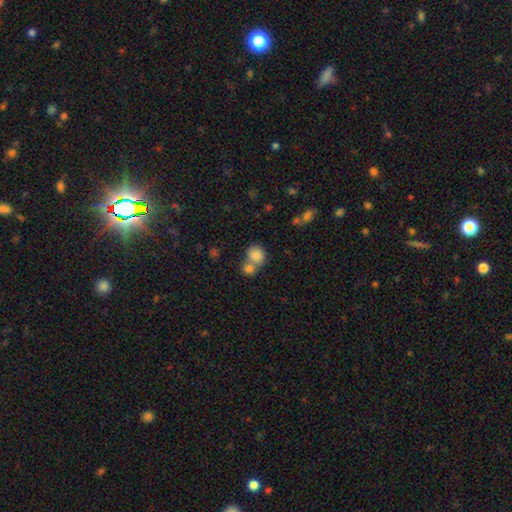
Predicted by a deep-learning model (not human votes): smooth 83%, star or artifact 9%, featured or disk 8%. Down the decision tree: how rounded — round (73%); merging — merger (52%).